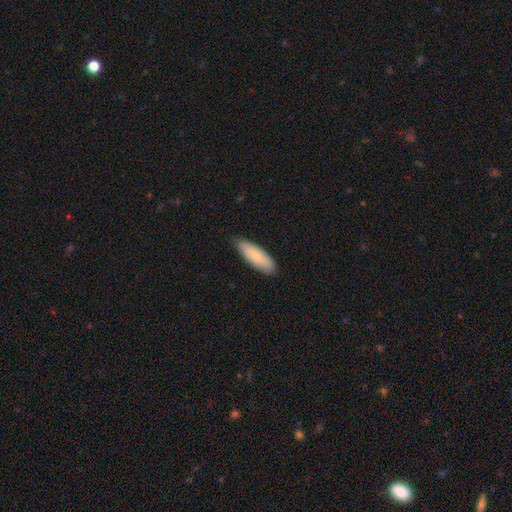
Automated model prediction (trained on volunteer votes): Smooth or featured? smooth (78%)
How rounded? in between (62%)
Merging? none (83%)